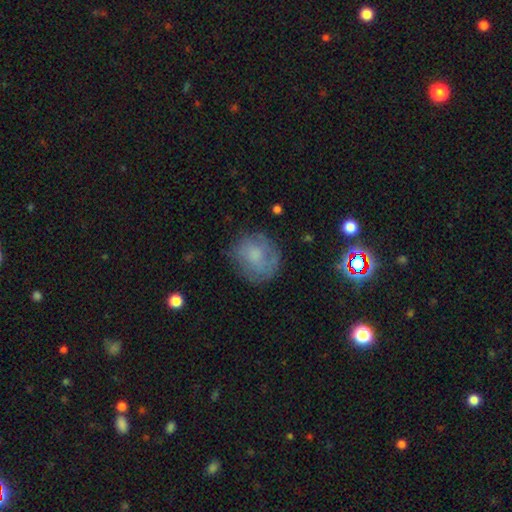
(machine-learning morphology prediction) Smooth or featured? Predicted: smooth (p=0.58). How rounded? Predicted: round (p=0.76). Merging? Predicted: none (p=0.66).